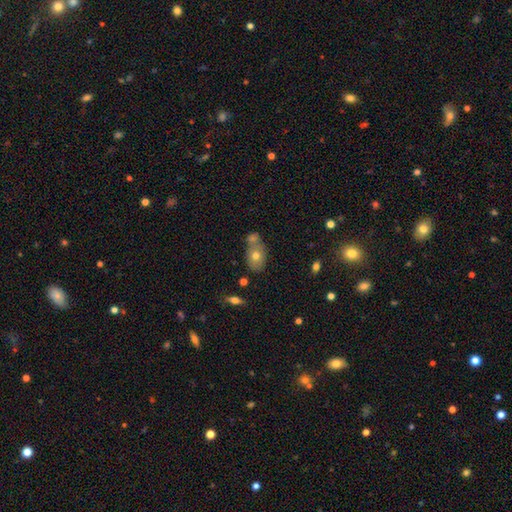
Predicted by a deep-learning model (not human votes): Smooth or featured: smooth — 69% (featured or disk — 22%)
How rounded: in between — 80% (round — 18%)
Merging: merger — 41% (tied with none — 41%)